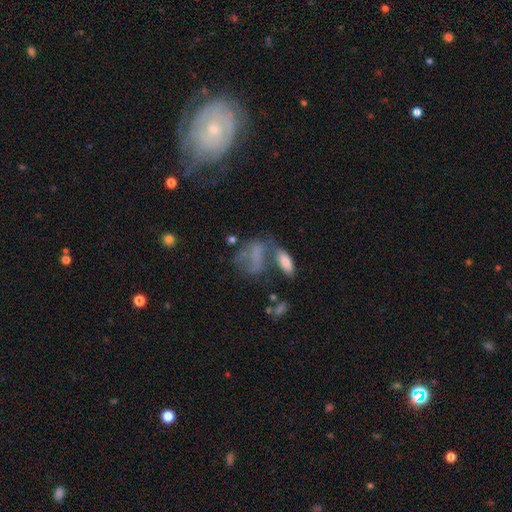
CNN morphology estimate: smooth 51%, featured or disk 32%, star or artifact 17%. Down the decision tree: how rounded — in between (70%); merging — merger (36%).